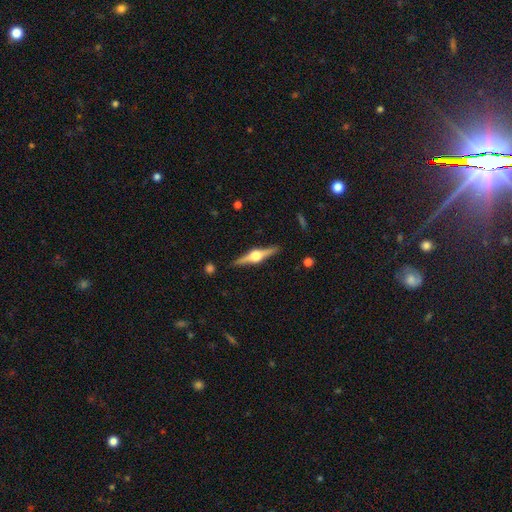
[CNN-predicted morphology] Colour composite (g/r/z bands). It shows a featured or disk galaxy (84%) viewed edge-on (98%) with a rounded central bulge (96%). Merging: none (91%).